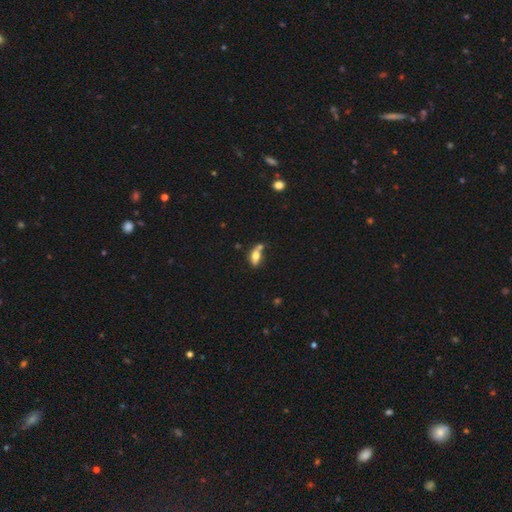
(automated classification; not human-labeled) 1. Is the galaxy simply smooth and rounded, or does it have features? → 64% smooth, 27% featured or disk, 9% star or artifact.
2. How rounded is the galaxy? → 80% in between, 13% cigar-shaped, 7% round.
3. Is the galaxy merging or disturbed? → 45% none, 30% merger, 17% minor disturbance, 8% major disturbance.